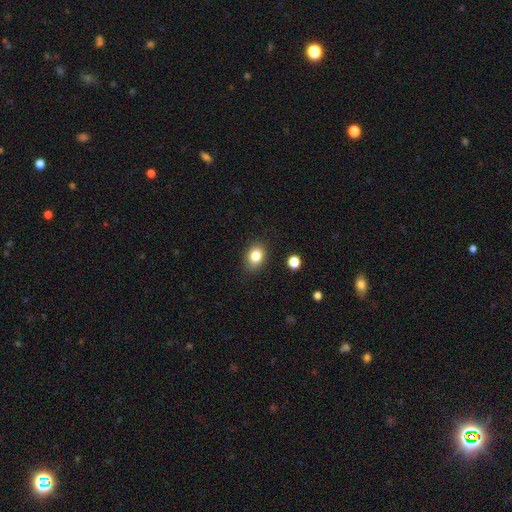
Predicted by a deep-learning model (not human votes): smooth-or-featured: smooth: 83% | star or artifact: 10% | featured or disk: 7%
  how-rounded: in between: 61% | round: 38% | cigar-shaped: 1%
  merging: none: 86% | minor disturbance: 10% | major disturbance: 3% | merger: 2%